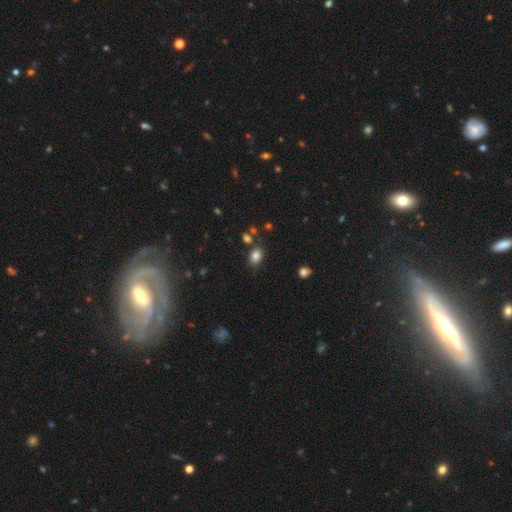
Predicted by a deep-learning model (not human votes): Overall: smooth (83%). How rounded: in between (76%). Merging: none (76%).